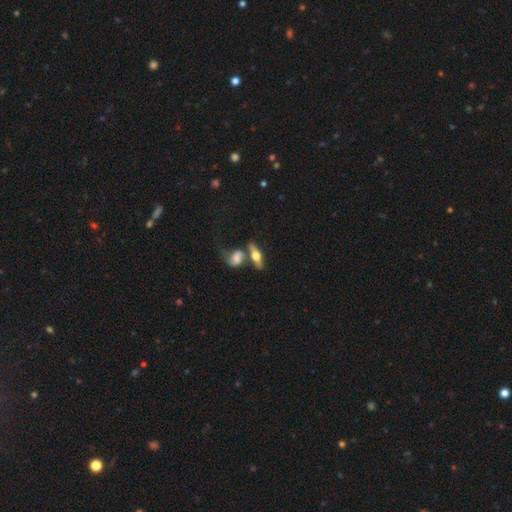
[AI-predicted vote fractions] This appears to be a featured or disk galaxy (50%) viewed edge-on (81%). Merging: none (52%).